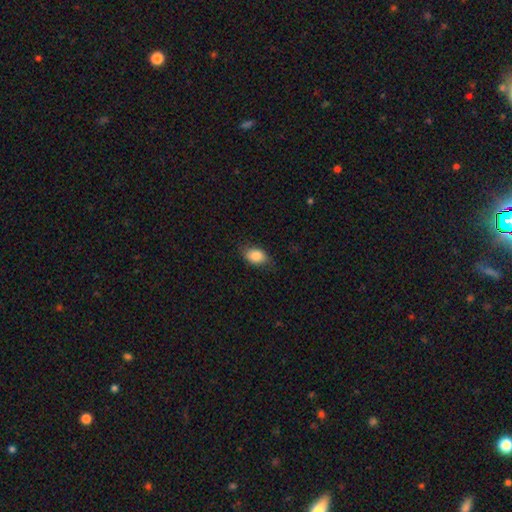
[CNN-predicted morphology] This appears to be a smooth galaxy with no disk features (86%) that is in between round and cigar-shaped (81%). Merging: none (77%).